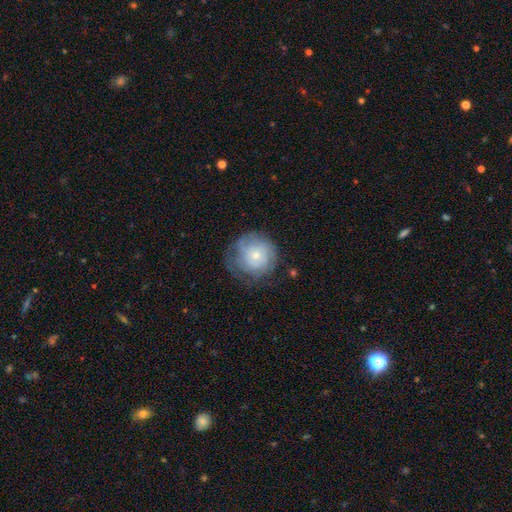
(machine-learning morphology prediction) A smooth galaxy with no disk features (50%) that is round (91%). Merging: none (58%).